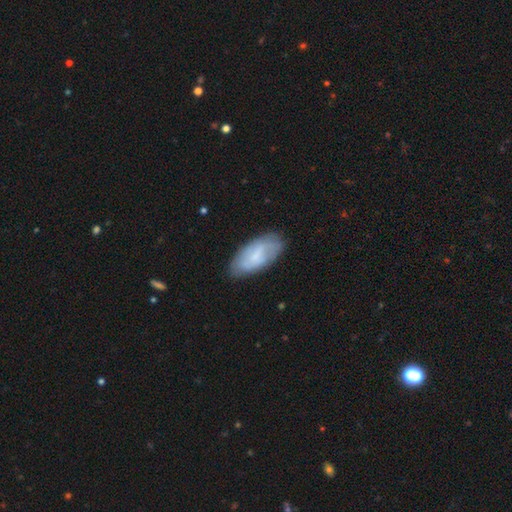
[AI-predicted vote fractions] The model was most divided on "smooth or featured": smooth: 58%, featured or disk: 35%, star or artifact: 7%. More confident: how rounded — in between (90%); merging — none (75%).